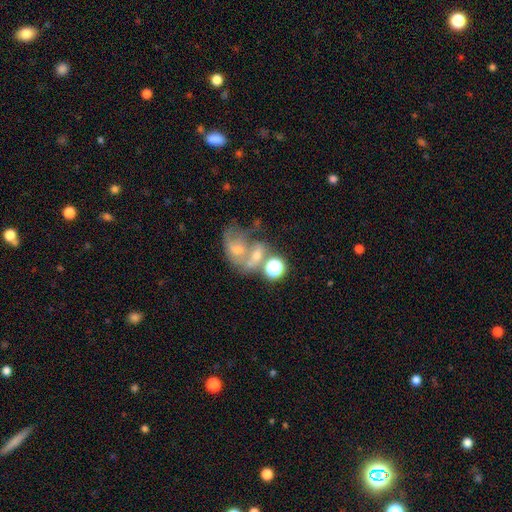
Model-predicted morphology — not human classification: Q: Smooth or featured?
A: featured or disk (54%); runner-up: smooth (26%)
Q: Edge-on disk?
A: no (96%); runner-up: yes (4%)
Q: Bar?
A: no (65%); runner-up: weak (27%)
Q: Spiral arms?
A: yes (64%); runner-up: no (36%)
Q: Bulge size?
A: moderate (42%); runner-up: small (40%)
Q: Merging?
A: merger (43%); runner-up: none (24%)